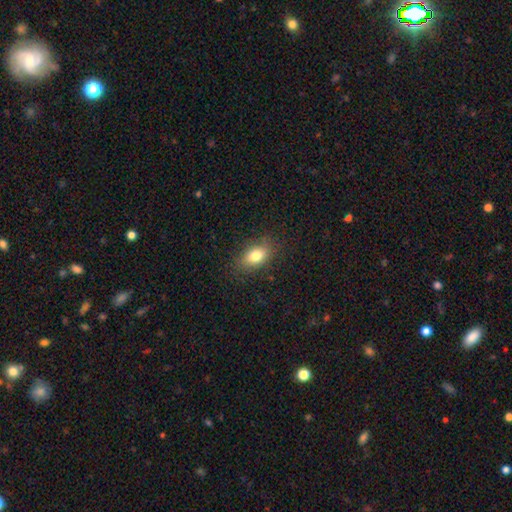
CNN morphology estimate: Smooth or featured: smooth — 80% (featured or disk — 11%)
How rounded: in between — 84% (round — 13%)
Merging: none — 84% (minor disturbance — 11%)